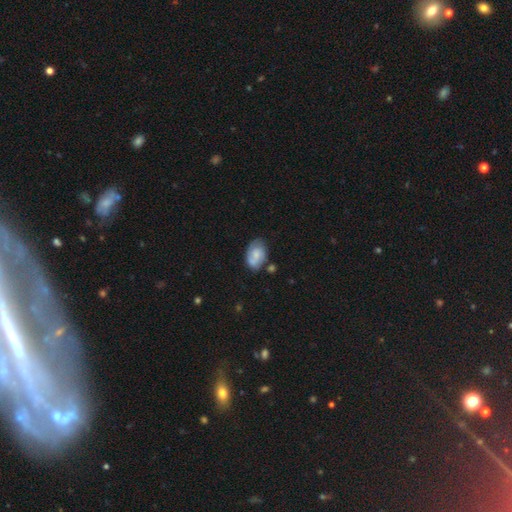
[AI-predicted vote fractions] smooth 56%, featured or disk 37%, star or artifact 7%. Down the decision tree: how rounded — in between (88%); merging — none (56%).